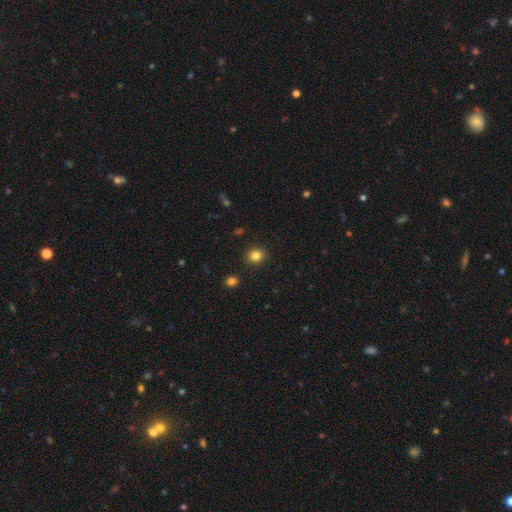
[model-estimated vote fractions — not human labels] Smooth or featured?
  - smooth: 83% *
  - star or artifact: 13%
  - featured or disk: 5%
How rounded?
  - round: 86% *
  - in between: 13%
  - cigar-shaped: 1%
Merging?
  - none: 91% *
  - minor disturbance: 5%
  - major disturbance: 2%
  - merger: 1%